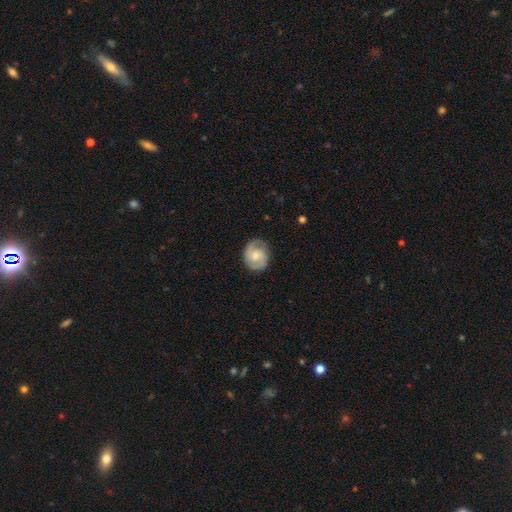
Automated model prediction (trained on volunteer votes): Q: Smooth or featured?
A: featured or disk (65%); runner-up: smooth (28%)
Q: Edge-on disk?
A: no (97%); runner-up: yes (3%)
Q: Bar?
A: no (66%); runner-up: weak (29%)
Q: Spiral arms?
A: yes (90%); runner-up: no (10%)
Q: Spiral winding?
A: tight (45%); runner-up: medium (42%)
Q: Spiral arm count?
A: 2 (79%); runner-up: can't tell (11%)
Q: Bulge size?
A: moderate (50%); runner-up: small (42%)
Q: Merging?
A: none (79%); runner-up: minor disturbance (16%)